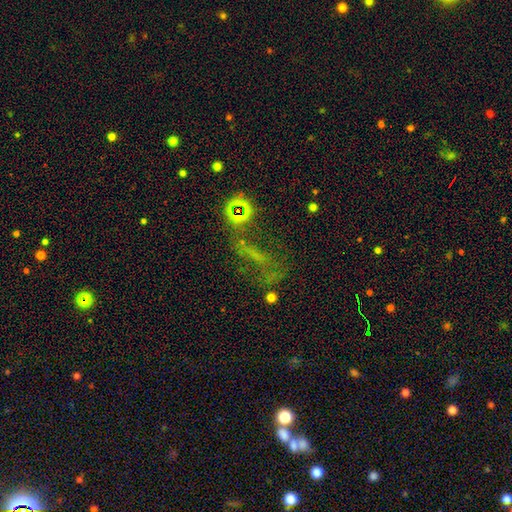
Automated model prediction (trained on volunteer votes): A star or artifact, not a galaxy (48%).

Vote fractions:
- Smooth or featured? star or artifact: 48% / featured or disk: 31% / smooth: 21%